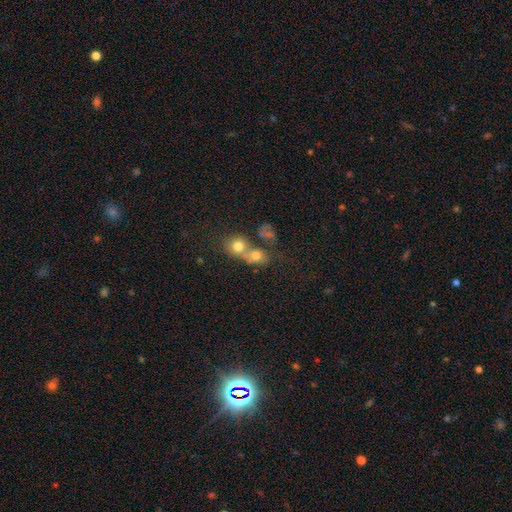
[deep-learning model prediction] smooth_or_featured: smooth (p=0.72) [alt: featured or disk p=0.15]
how_rounded: round (p=0.71) [alt: in between p=0.27]
merging: merger (p=0.59) [alt: none p=0.29]